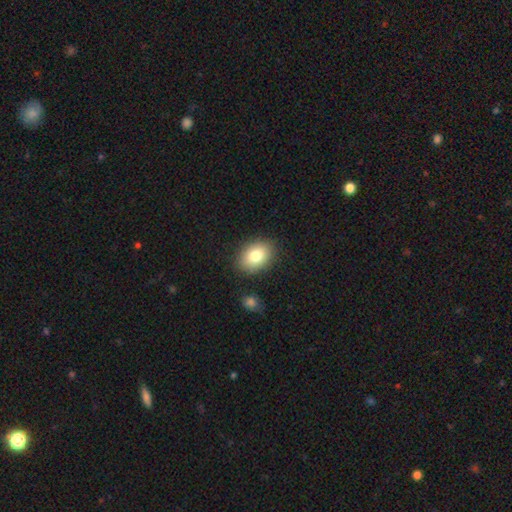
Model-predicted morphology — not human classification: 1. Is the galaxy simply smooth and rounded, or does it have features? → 81% smooth, 11% featured or disk, 8% star or artifact.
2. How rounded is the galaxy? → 76% in between, 23% round, 1% cigar-shaped.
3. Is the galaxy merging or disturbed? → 86% none, 9% minor disturbance, 2% major disturbance, 2% merger.